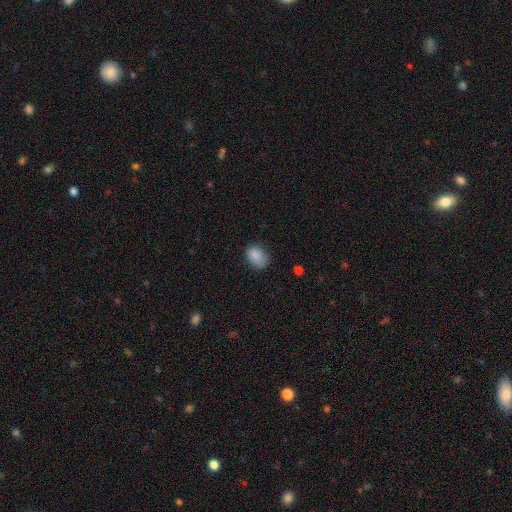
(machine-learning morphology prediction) Smooth or featured?
  - smooth: 86% *
  - star or artifact: 8%
  - featured or disk: 6%
How rounded?
  - in between: 78% *
  - round: 21%
  - cigar-shaped: 1%
Merging?
  - none: 64% *
  - minor disturbance: 28%
  - major disturbance: 7%
  - merger: 1%